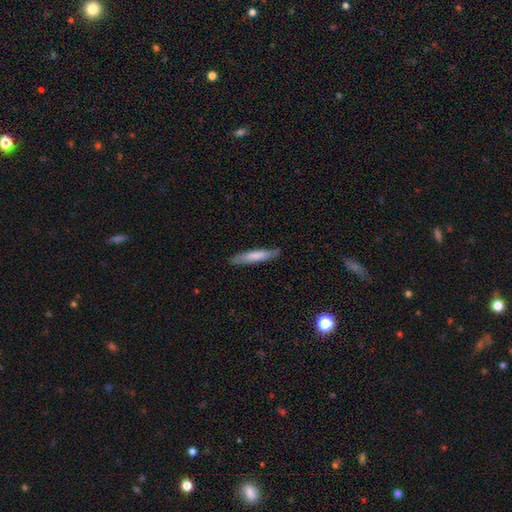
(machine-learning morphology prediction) Smooth or featured: smooth — 71% (featured or disk — 24%)
How rounded: cigar-shaped — 89% (in between — 9%)
Merging: none — 85% (minor disturbance — 12%)